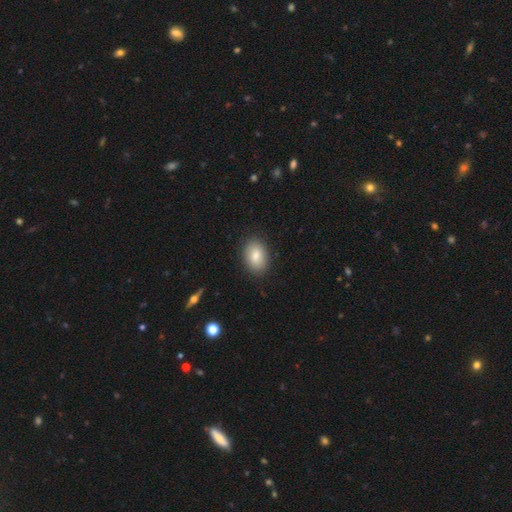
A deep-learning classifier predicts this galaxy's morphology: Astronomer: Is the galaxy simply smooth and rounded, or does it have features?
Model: smooth — 83%.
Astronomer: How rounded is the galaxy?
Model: in between — 84%.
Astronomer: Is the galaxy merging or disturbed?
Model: none — 87%.